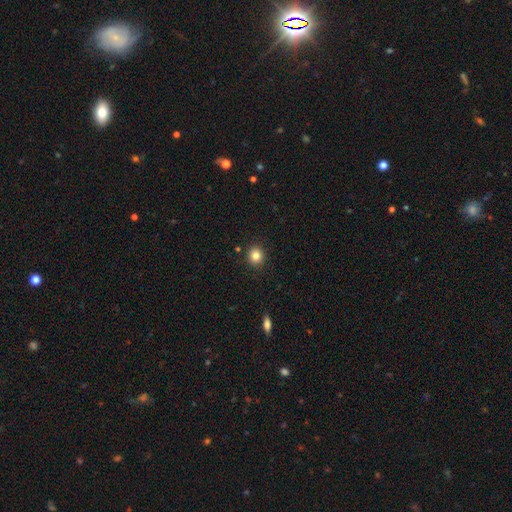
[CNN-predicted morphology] smooth 83%, star or artifact 11%, featured or disk 6%. Down the decision tree: how rounded — round (86%); merging — none (91%).